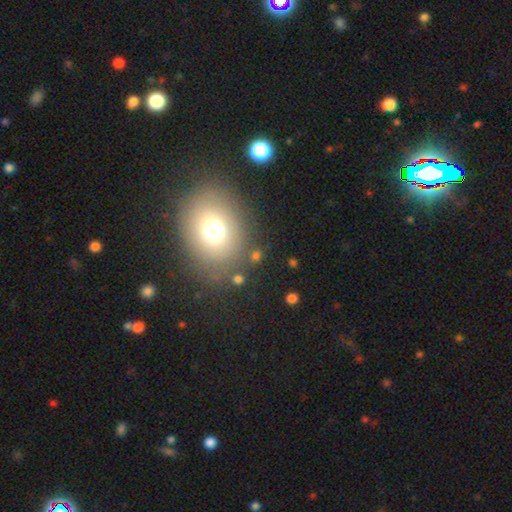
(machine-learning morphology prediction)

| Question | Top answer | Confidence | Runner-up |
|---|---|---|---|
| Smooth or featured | smooth | 64% | star or artifact (23%) |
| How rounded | round | 58% | in between (40%) |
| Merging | none | 78% | minor disturbance (11%) |